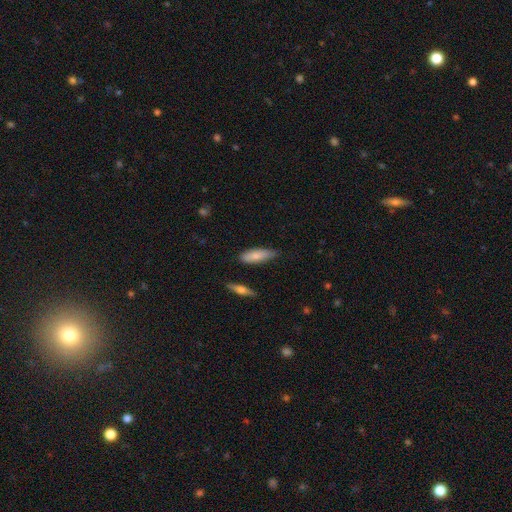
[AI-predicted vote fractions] Smooth or featured? Predicted: smooth (p=0.76). How rounded? Predicted: in between (p=0.56). Merging? Predicted: none (p=0.76).